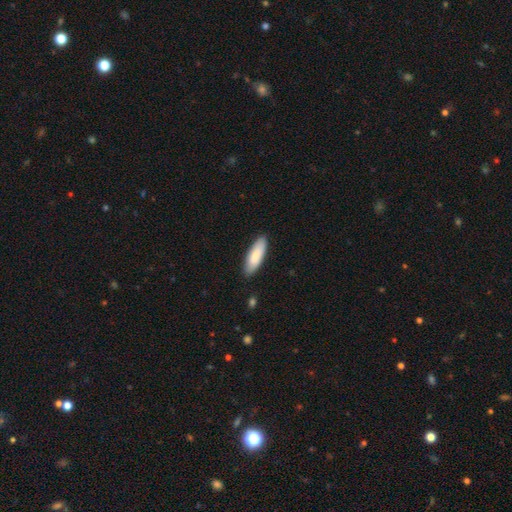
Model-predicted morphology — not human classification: Q: Smooth or featured?
A: smooth (84%); runner-up: featured or disk (10%)
Q: How rounded?
A: in between (58%); runner-up: cigar-shaped (41%)
Q: Merging?
A: none (87%); runner-up: minor disturbance (10%)